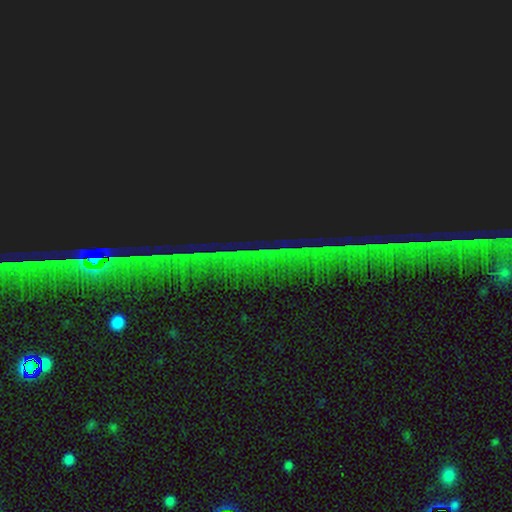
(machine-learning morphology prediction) Q: Smooth or featured?
A: star or artifact (85%); runner-up: featured or disk (9%)